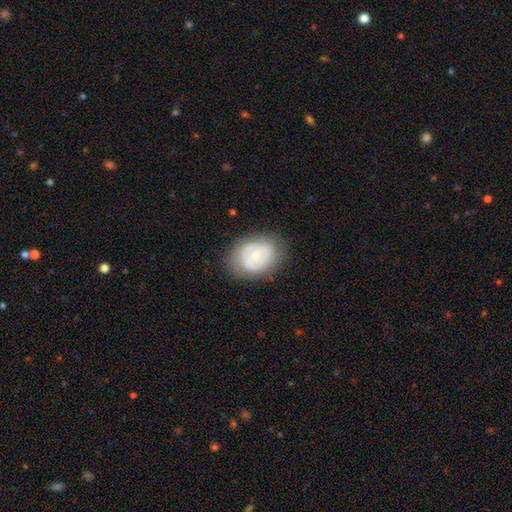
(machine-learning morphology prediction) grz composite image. It shows a featured or disk galaxy (58%) with no bar (81%), no spiral arms (52%) and a small central bulge (58%). Merging: none (76%).